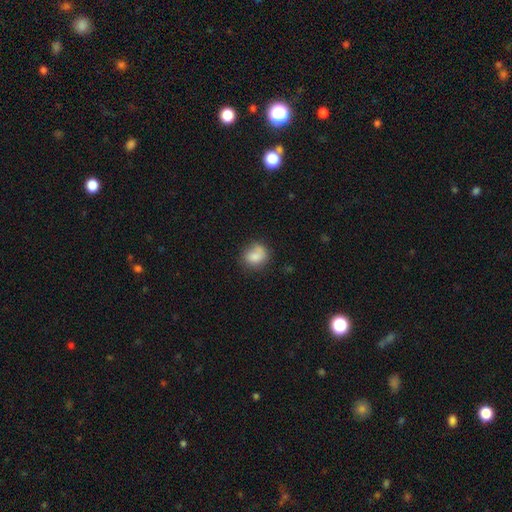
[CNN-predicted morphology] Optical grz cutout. It shows a smooth galaxy with no disk features (81%) that is round (64%). Merging: none (59%).